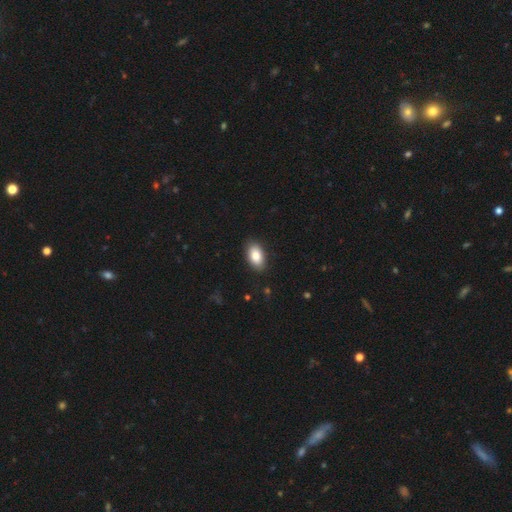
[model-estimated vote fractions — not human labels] Morphology: type=smooth (84%); roundness=in between (93%); merging=none (88%).